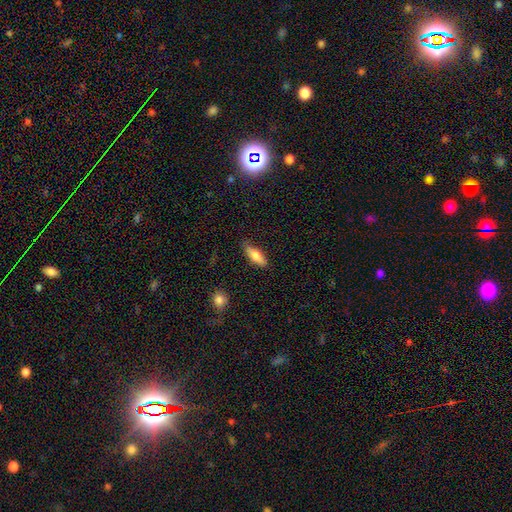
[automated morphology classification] Smooth or featured? smooth (73%)
How rounded? in between (55%)
Merging? none (79%)